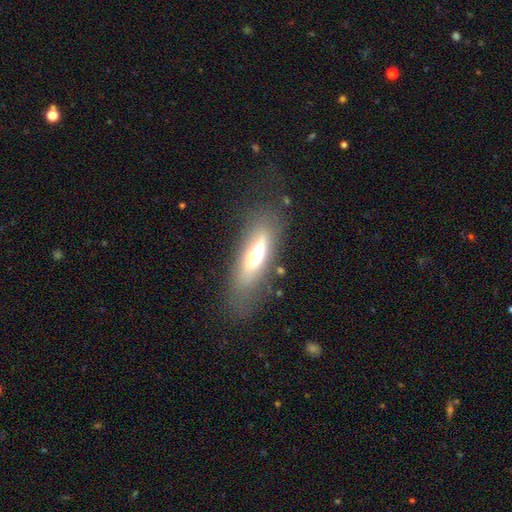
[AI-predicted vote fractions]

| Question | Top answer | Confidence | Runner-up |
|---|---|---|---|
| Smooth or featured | smooth | 53% | featured or disk (38%) |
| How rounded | cigar-shaped | 49% | in between (48%) |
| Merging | none | 66% | minor disturbance (19%) |